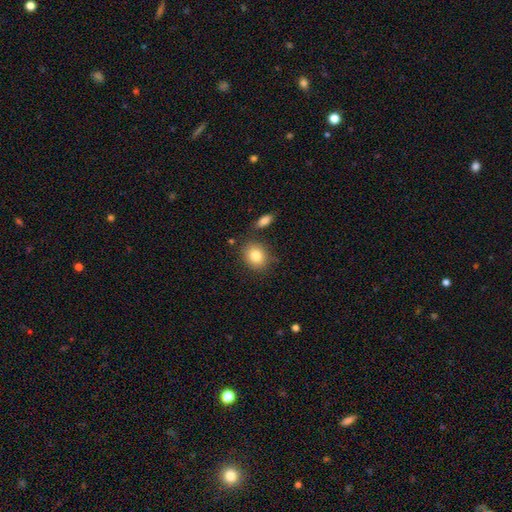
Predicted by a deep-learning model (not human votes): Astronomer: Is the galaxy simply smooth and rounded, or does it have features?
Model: smooth — 83%.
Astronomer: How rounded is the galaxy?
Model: round — 56% (runner-up: in between, 43%).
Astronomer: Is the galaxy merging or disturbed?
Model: none — 78%.